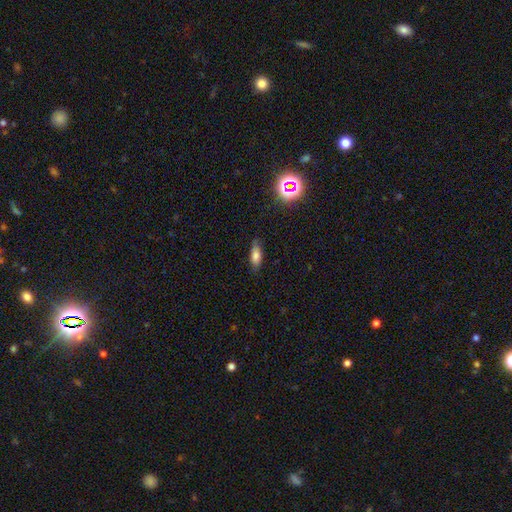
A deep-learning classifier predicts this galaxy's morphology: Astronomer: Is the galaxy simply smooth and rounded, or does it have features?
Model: smooth — 73%.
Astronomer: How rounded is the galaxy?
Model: in between — 65%.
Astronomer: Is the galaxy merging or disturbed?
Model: none — 78%.